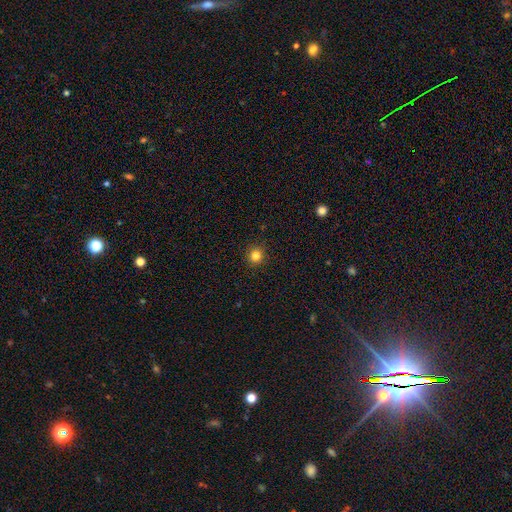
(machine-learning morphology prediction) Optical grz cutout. It shows a smooth galaxy with no disk features (83%) that is round (93%). Merging: none (92%).